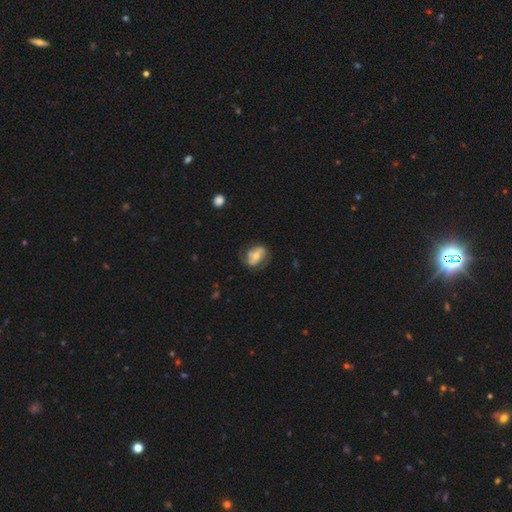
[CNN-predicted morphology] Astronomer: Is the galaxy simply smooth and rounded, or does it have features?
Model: featured or disk — 66%.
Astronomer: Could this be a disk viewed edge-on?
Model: no — 96%.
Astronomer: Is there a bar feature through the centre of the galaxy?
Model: no — 37% (runner-up: weak, 34%).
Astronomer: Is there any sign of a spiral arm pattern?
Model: yes — 79%.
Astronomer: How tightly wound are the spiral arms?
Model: medium — 41% (runner-up: tight, 30%).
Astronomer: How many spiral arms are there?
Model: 2 — 75%.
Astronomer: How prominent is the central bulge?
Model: moderate — 64%.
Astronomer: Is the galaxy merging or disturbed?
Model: none — 65%.